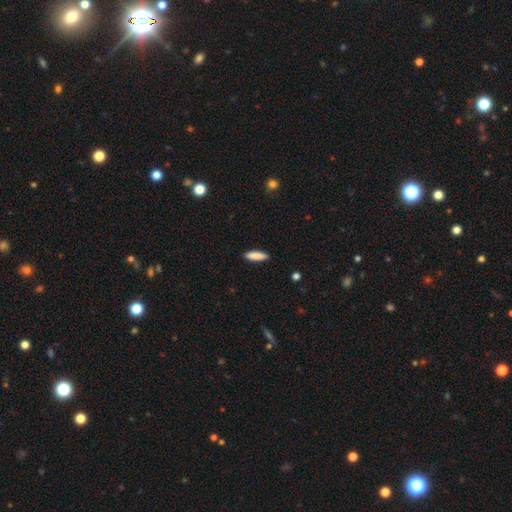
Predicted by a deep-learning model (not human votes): Q: Smooth or featured?
A: smooth (87%); runner-up: featured or disk (7%)
Q: How rounded?
A: cigar-shaped (65%); runner-up: in between (33%)
Q: Merging?
A: none (89%); runner-up: minor disturbance (8%)